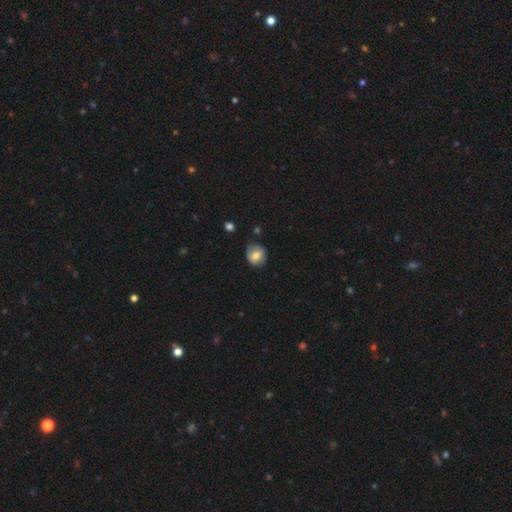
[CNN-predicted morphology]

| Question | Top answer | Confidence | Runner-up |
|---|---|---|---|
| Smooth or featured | smooth | 62% | featured or disk (30%) |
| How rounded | round | 71% | in between (28%) |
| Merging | none | 74% | minor disturbance (19%) |